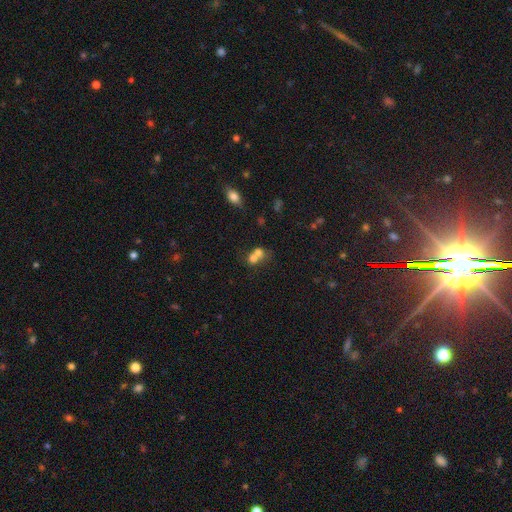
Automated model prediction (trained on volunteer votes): This appears to be a smooth galaxy with no disk features (68%) that is round (69%). Merging: merger (66%).